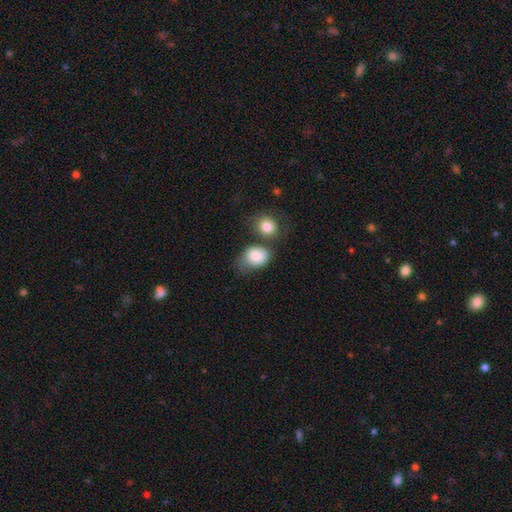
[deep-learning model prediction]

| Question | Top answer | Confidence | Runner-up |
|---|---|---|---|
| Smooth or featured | smooth | 84% | featured or disk (9%) |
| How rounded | in between | 54% | round (45%) |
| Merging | none | 39% | merger (28%) |